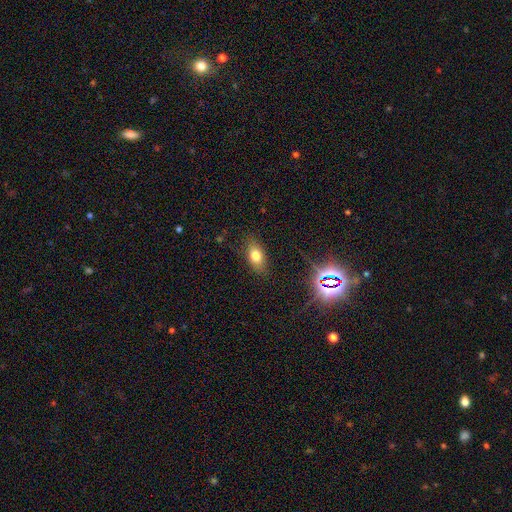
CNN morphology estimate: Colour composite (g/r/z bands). It shows a smooth galaxy with no disk features (75%) that is in between round and cigar-shaped (85%). Merging: none (83%).